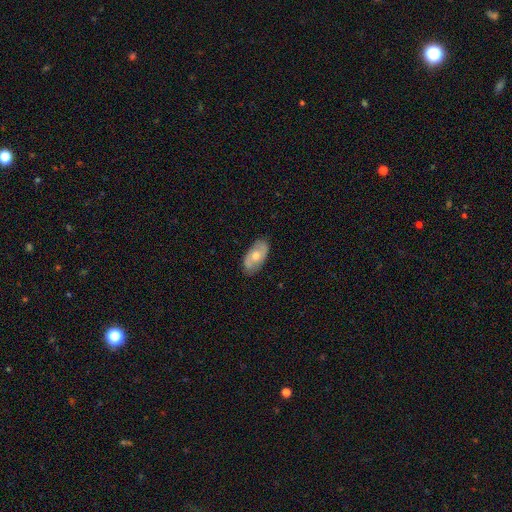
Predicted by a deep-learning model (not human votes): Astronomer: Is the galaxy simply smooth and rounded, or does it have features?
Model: featured or disk — 48% (runner-up: smooth, 46%).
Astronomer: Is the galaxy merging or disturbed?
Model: none — 84%.